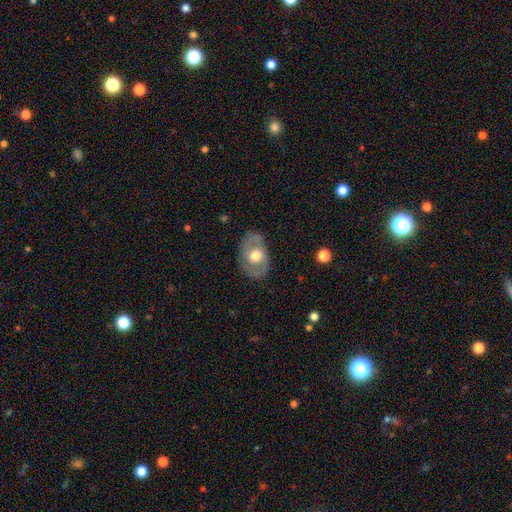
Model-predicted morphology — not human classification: This appears to be a featured or disk galaxy (53%). Merging: none (76%).